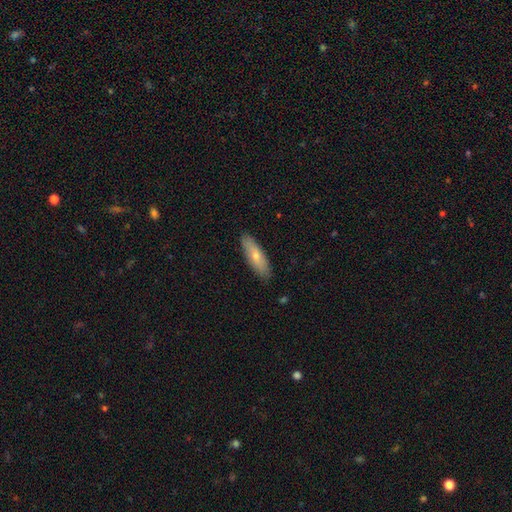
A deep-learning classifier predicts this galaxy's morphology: smooth 69%, featured or disk 25%, star or artifact 6%. Down the decision tree: how rounded — cigar-shaped (53%); merging — none (87%).